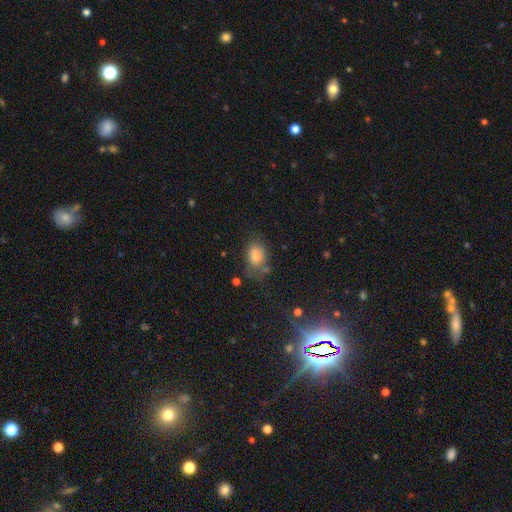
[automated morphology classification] The model was most divided on "merging": none: 58%, minor disturbance: 26%, major disturbance: 11%, merger: 5%. More confident: how rounded — in between (79%); smooth or featured — smooth (70%).